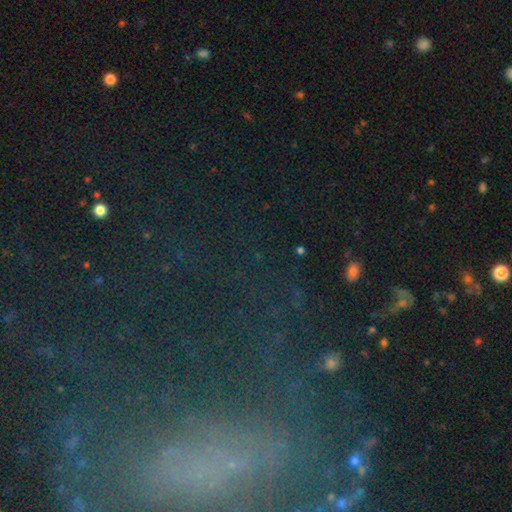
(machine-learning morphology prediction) Q: Smooth or featured?
A: star or artifact (72%); runner-up: smooth (15%)